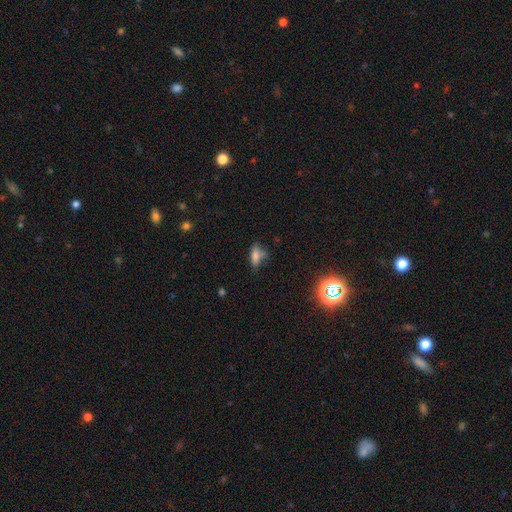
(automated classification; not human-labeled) smooth_or_featured: smooth (p=0.70) [alt: star or artifact p=0.15]
how_rounded: in between (p=0.72) [alt: cigar-shaped p=0.22]
merging: none (p=0.46) [alt: minor disturbance p=0.29]